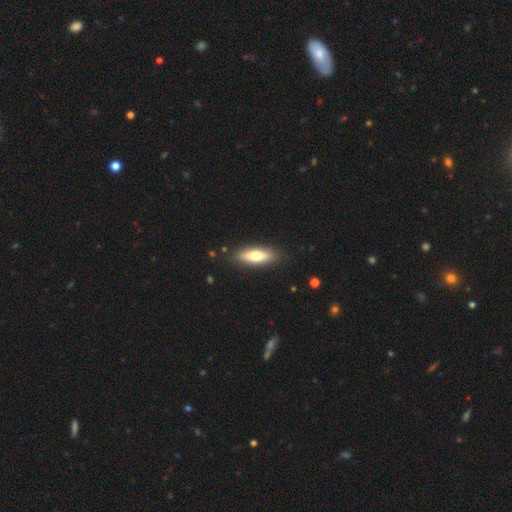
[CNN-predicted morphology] Smooth or featured? smooth (58%)
How rounded? cigar-shaped (53%)
Merging? none (88%)